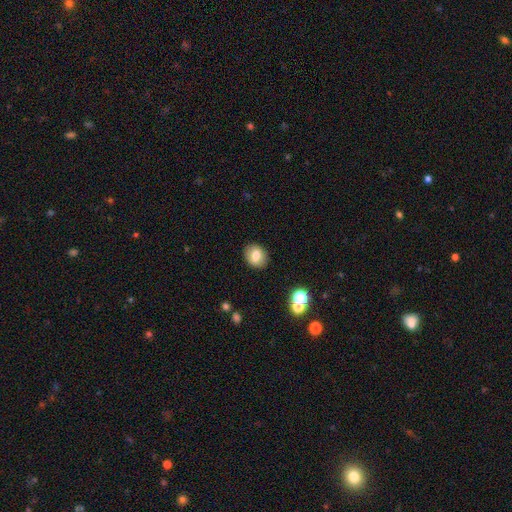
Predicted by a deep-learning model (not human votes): smooth-or-featured: smooth: 74% | featured or disk: 17% | star or artifact: 9%
  how-rounded: round: 58% | in between: 41% | cigar-shaped: 1%
  merging: none: 88% | minor disturbance: 8% | major disturbance: 2% | merger: 2%